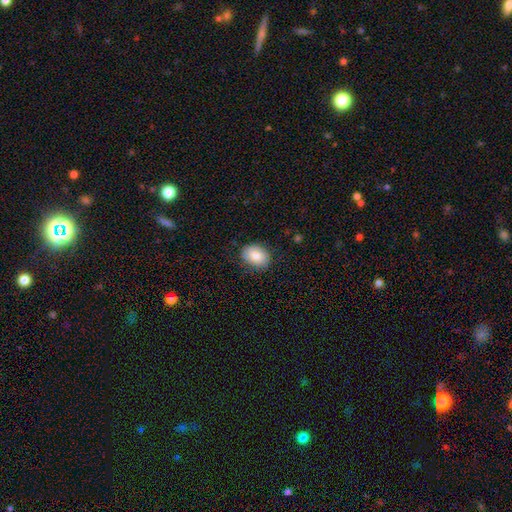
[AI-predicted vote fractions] This appears to be a smooth galaxy with no disk features (84%) that is in between round and cigar-shaped (63%). Merging: none (83%).